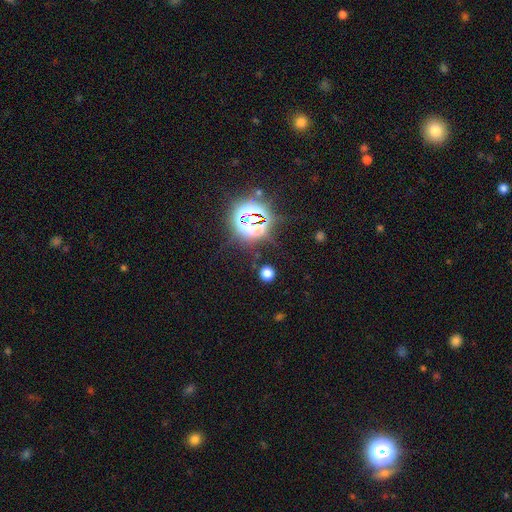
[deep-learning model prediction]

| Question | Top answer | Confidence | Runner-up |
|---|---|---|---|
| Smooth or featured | star or artifact | 81% | smooth (12%) |